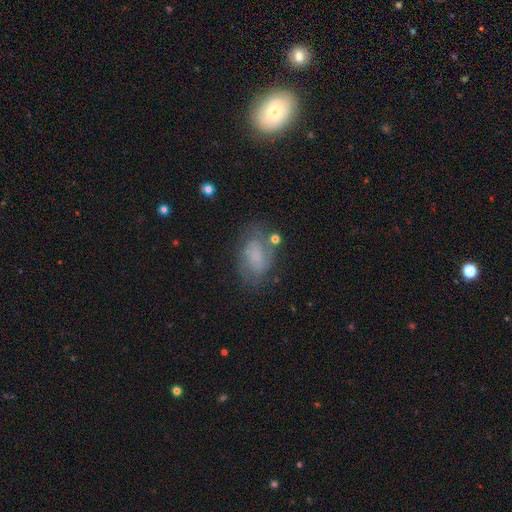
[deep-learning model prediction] This appears to be a smooth galaxy with no disk features (51%) that is in between round and cigar-shaped (86%). Merging: none (56%).